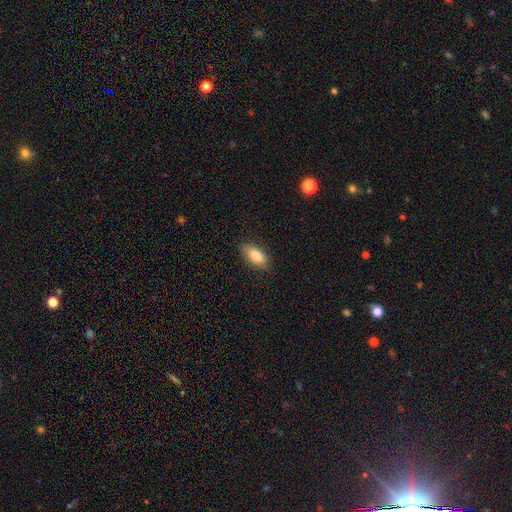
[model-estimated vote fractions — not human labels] smooth_or_featured: smooth (p=0.84) [alt: featured or disk p=0.09]
how_rounded: in between (p=0.88) [alt: cigar-shaped p=0.09]
merging: none (p=0.83) [alt: minor disturbance p=0.13]